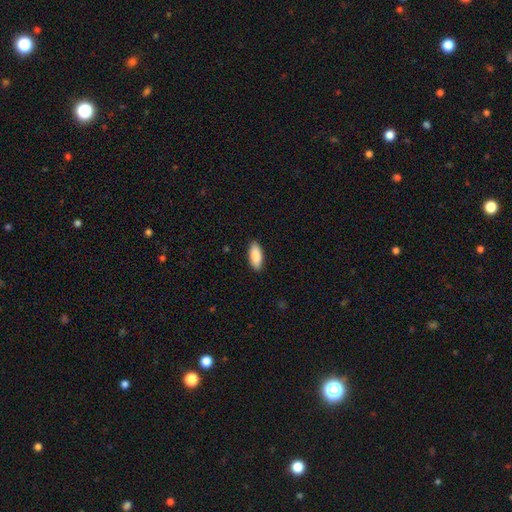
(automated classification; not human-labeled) A smooth galaxy with no disk features (89%) that is in between round and cigar-shaped (83%).

Vote fractions:
- Smooth or featured? smooth: 89% / featured or disk: 6% / star or artifact: 5%
- How rounded? in between: 83% / cigar-shaped: 16% / round: 2%
- Merging? none: 90% / minor disturbance: 8% / major disturbance: 2% / merger: 1%